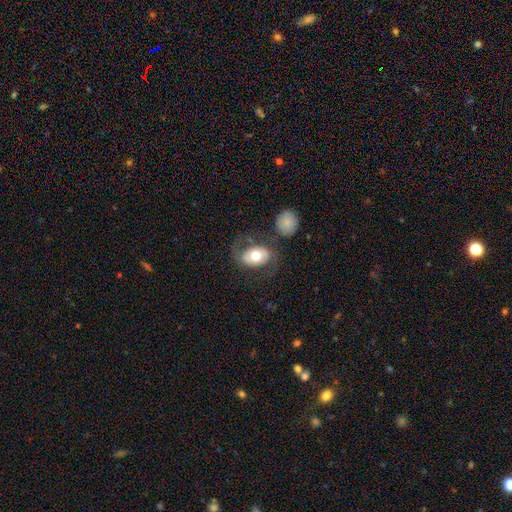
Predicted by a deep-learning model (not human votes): The model was most divided on "smooth or featured": smooth: 54%, featured or disk: 39%, star or artifact: 7%. More confident: how rounded — in between (76%); merging — none (59%).